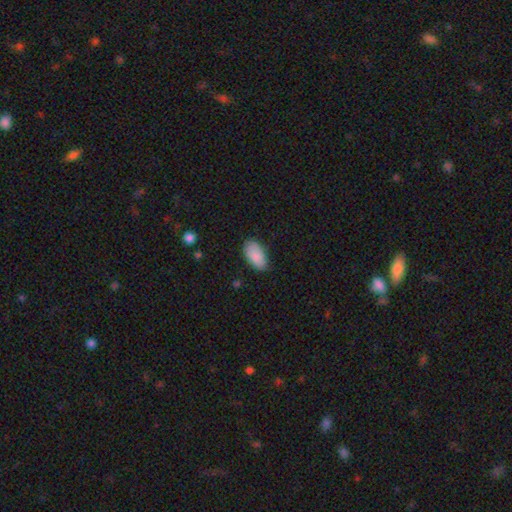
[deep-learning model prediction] This is clearly a smooth galaxy (87%). How rounded: clearly in between (95%). Merging: likely none (76%).